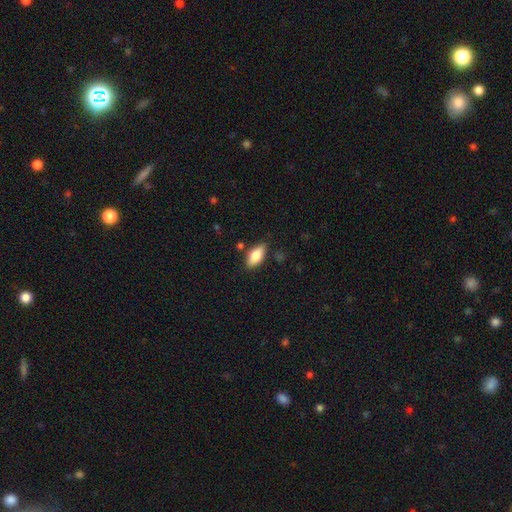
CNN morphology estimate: Overall: smooth (78%). How rounded: in between (87%). Merging: none (82%).